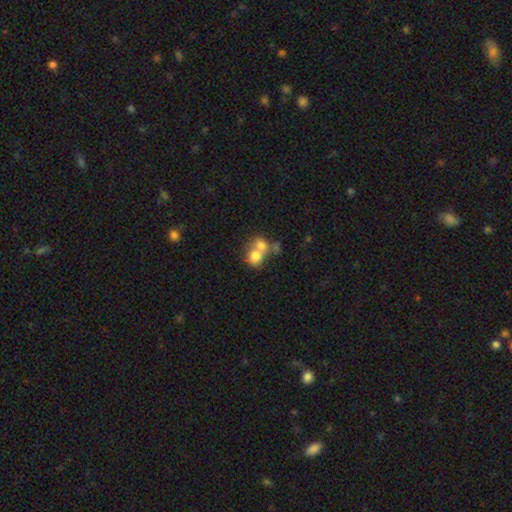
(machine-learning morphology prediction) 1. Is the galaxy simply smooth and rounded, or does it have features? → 70% smooth, 19% featured or disk, 11% star or artifact.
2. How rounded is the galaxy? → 64% round, 35% in between, 1% cigar-shaped.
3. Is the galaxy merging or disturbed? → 67% merger, 22% none, 6% minor disturbance, 4% major disturbance.